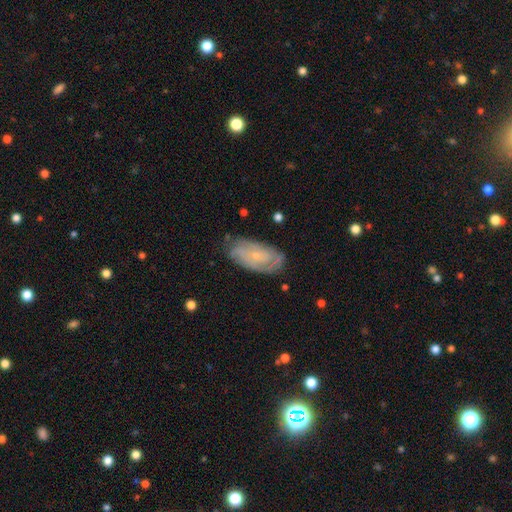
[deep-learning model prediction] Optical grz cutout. It shows a featured or disk galaxy (69%) with no bar (70%), tight (63%) spiral arms (88%) and a small central bulge (78%). Merging: none (73%).